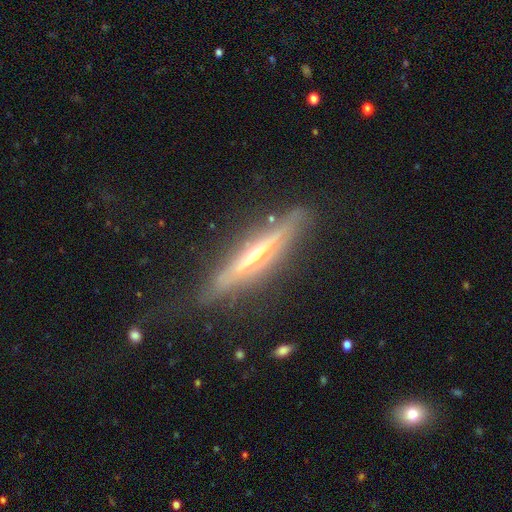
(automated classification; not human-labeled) Smooth or featured?
  - featured or disk: 81% *
  - smooth: 13%
  - star or artifact: 6%
Edge-on disk?
  - yes: 94% *
  - no: 6%
Edge-on bulge?
  - rounded: 79% *
  - none: 16%
  - boxy: 5%
Merging?
  - none: 77% *
  - minor disturbance: 17%
  - major disturbance: 5%
  - merger: 2%